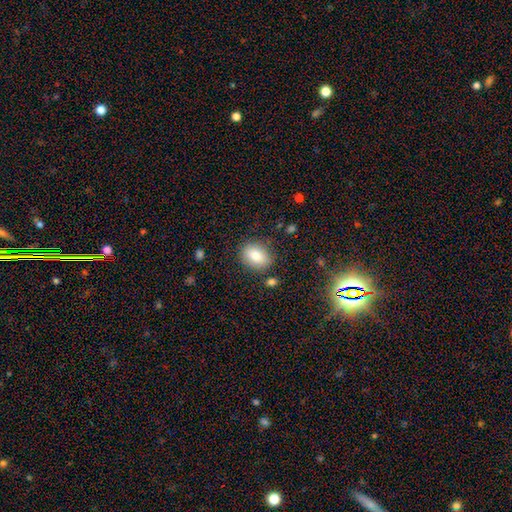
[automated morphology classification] This appears to be a smooth galaxy with no disk features (81%) that is in between round and cigar-shaped (65%). Merging: none (82%).